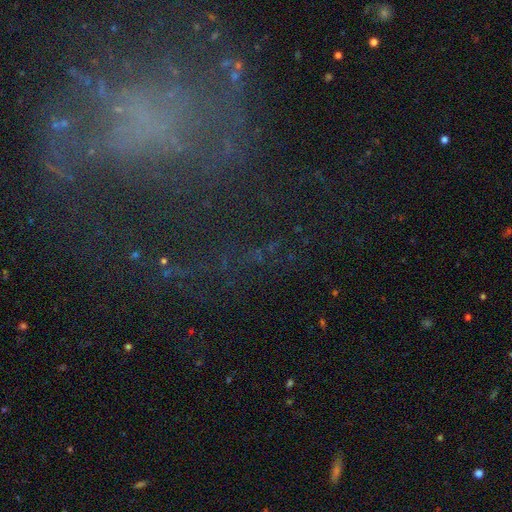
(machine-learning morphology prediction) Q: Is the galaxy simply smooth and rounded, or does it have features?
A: star or artifact — 50%.